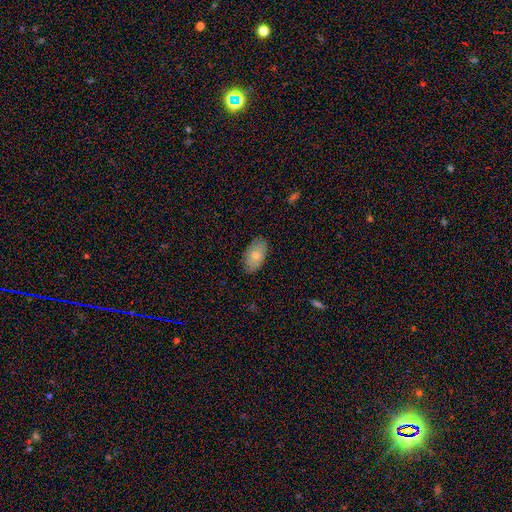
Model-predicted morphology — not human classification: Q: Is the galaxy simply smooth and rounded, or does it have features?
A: smooth — 78%.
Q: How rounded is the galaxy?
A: in between — 94%.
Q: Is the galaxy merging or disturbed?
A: none — 85%.